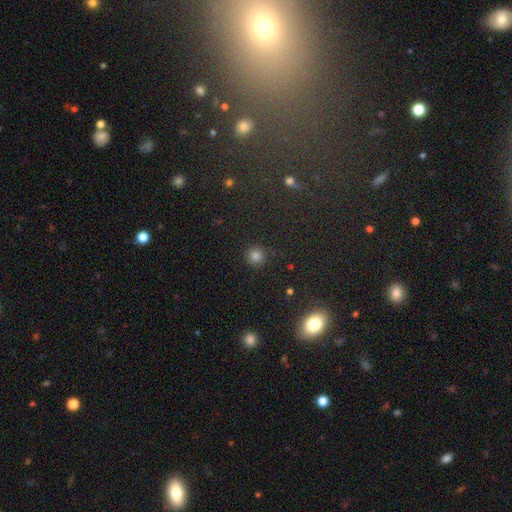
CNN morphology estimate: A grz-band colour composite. It shows a smooth galaxy with no disk features (80%) that is round (93%). Merging: none (87%).